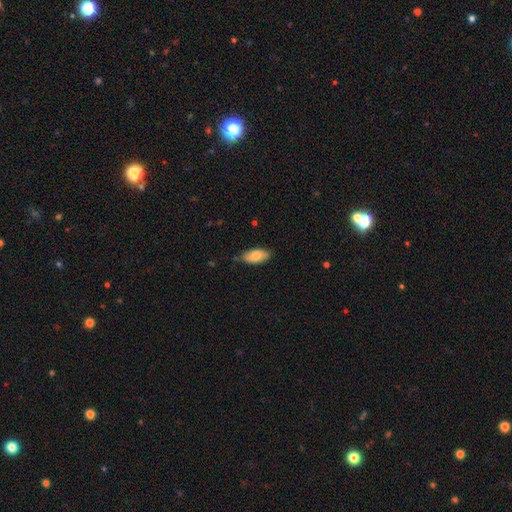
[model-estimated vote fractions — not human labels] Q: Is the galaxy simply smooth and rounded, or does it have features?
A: smooth — 80%.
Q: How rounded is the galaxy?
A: in between — 90%.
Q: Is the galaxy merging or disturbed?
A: none — 74%.